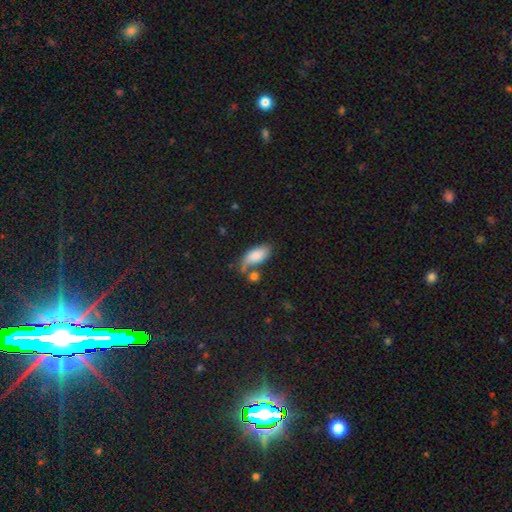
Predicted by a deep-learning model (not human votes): This is clearly a smooth galaxy (80%). How rounded: clearly in between (88%). Merging: marginally none (44%).